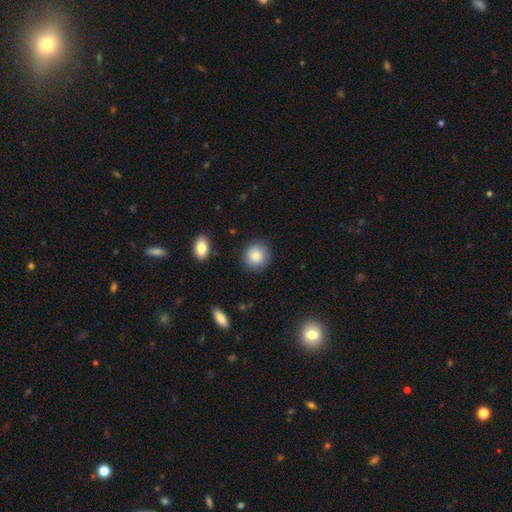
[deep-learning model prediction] Smooth or featured?
  - smooth: 87% *
  - star or artifact: 7%
  - featured or disk: 6%
How rounded?
  - round: 85% *
  - in between: 13%
  - cigar-shaped: 1%
Merging?
  - none: 87% *
  - minor disturbance: 9%
  - major disturbance: 2%
  - merger: 2%